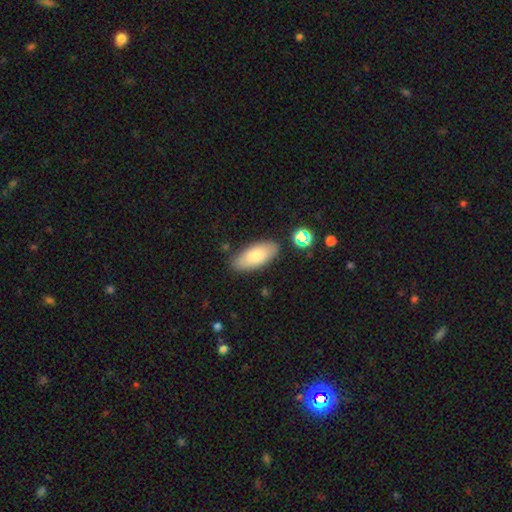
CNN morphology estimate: A smooth galaxy with no disk features (81%) that is in between round and cigar-shaped (89%). Merging: none (80%).